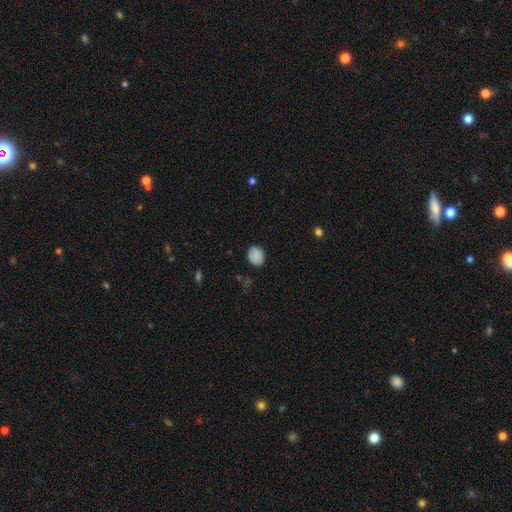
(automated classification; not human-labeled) Smooth or featured? Predicted: smooth (p=0.84). How rounded? Predicted: round (p=0.57). Merging? Predicted: none (p=0.81).